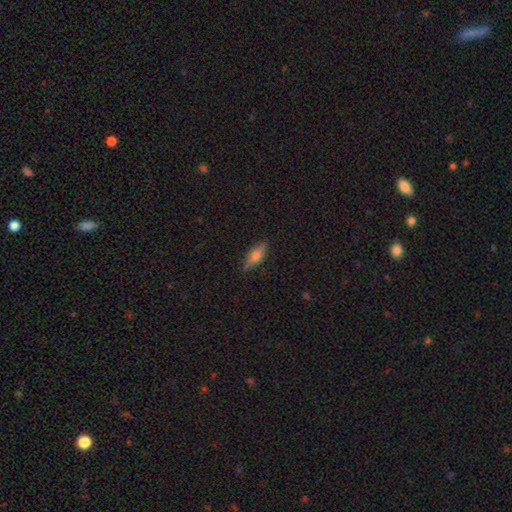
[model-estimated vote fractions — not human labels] Smooth or featured?
  - featured or disk: 46% * (tied)
  - smooth: 46% * (tied)
  - star or artifact: 8%
Merging?
  - none: 87% *
  - minor disturbance: 10%
  - major disturbance: 2%
  - merger: 1%